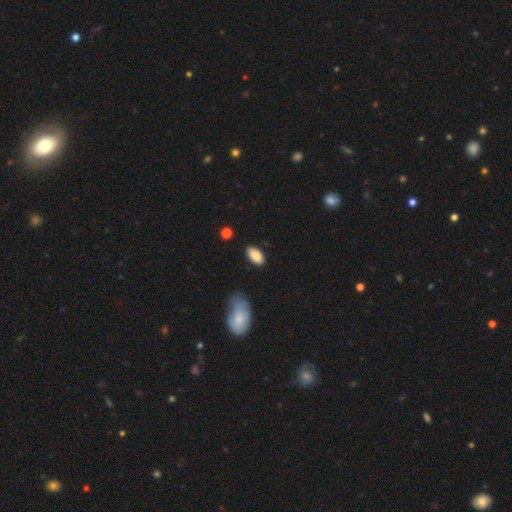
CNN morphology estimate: smooth-or-featured: smooth: 87% | star or artifact: 7% | featured or disk: 7%
  how-rounded: in between: 93% | cigar-shaped: 4% | round: 3%
  merging: none: 83% | minor disturbance: 13% | major disturbance: 3% | merger: 2%